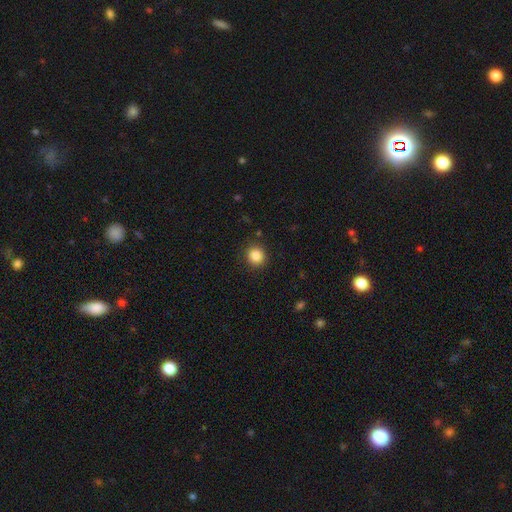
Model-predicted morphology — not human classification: type=smooth (86%); roundness=round (88%); merging=none (89%).